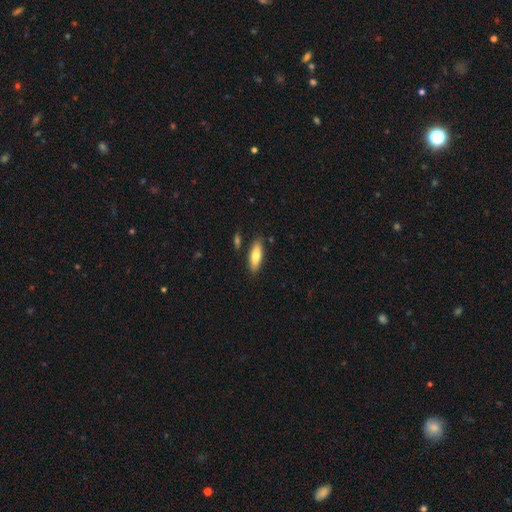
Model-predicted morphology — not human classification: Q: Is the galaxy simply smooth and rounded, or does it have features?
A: smooth — 76%.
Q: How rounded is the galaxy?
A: in between — 58%.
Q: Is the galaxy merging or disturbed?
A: none — 83%.